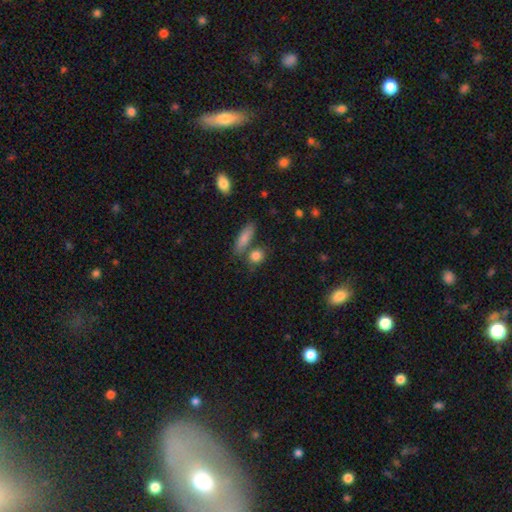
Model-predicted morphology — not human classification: Smooth or featured? Predicted: smooth (p=0.84). How rounded? Predicted: round (p=0.53). Merging? Predicted: none (p=0.64).